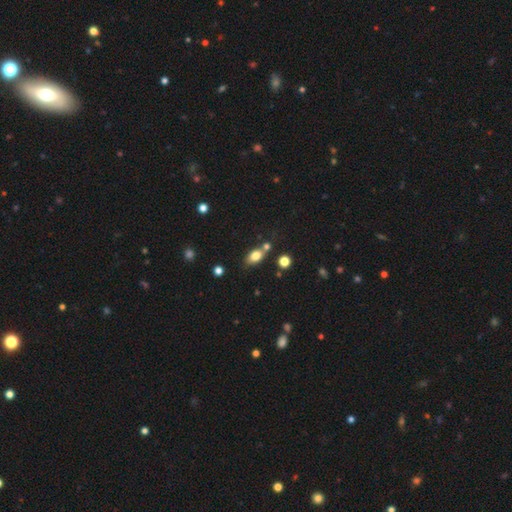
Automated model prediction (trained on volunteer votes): smooth-or-featured: smooth: 77% | featured or disk: 13% | star or artifact: 10%
  how-rounded: in between: 83% | round: 12% | cigar-shaped: 5%
  merging: none: 66% | merger: 16% | minor disturbance: 14% | major disturbance: 4%